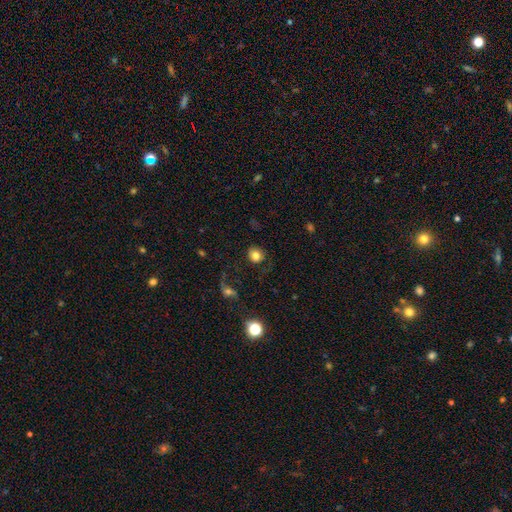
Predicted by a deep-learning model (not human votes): The model was most divided on "merging": none: 76%, minor disturbance: 13%, major disturbance: 9%, merger: 3%. More confident: how rounded — round (82%); smooth or featured — smooth (78%).